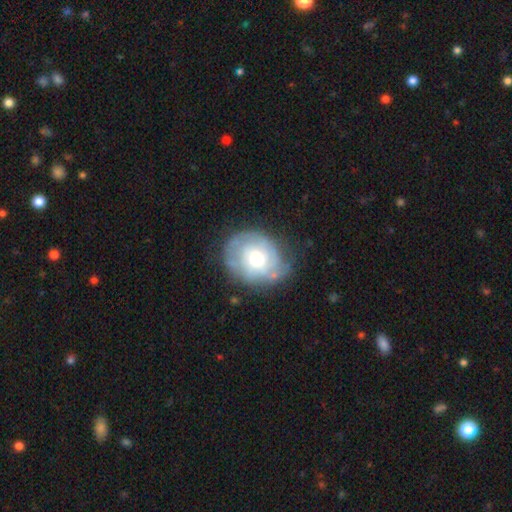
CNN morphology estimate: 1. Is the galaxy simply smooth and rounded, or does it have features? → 68% featured or disk, 25% smooth, 7% star or artifact.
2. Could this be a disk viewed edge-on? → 97% no, 3% yes.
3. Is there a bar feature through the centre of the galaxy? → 77% no, 19% weak, 4% strong.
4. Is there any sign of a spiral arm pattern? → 79% yes, 21% no.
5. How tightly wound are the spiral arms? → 65% tight, 26% medium, 9% loose.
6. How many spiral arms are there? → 48% can't tell, 21% 2, 15% 3, 6% 1, 6% 4, 4% more than 4.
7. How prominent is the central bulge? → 66% moderate, 19% large, 12% small, 1% dominant, 1% none.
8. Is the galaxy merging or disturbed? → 68% none, 23% minor disturbance, 8% major disturbance, 2% merger.